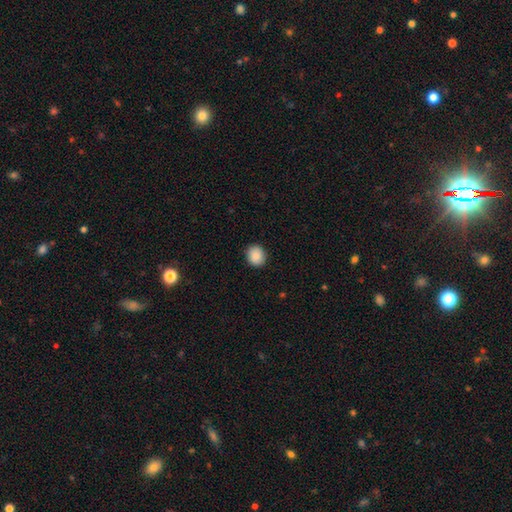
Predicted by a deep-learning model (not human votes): This appears to be a smooth galaxy with no disk features (87%) that is round (74%). Merging: none (90%).